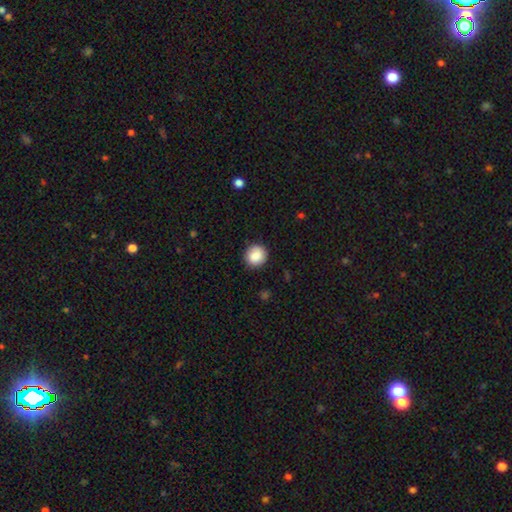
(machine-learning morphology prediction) This is clearly a smooth galaxy (88%). How rounded: clearly round (89%). Merging: clearly none (87%).